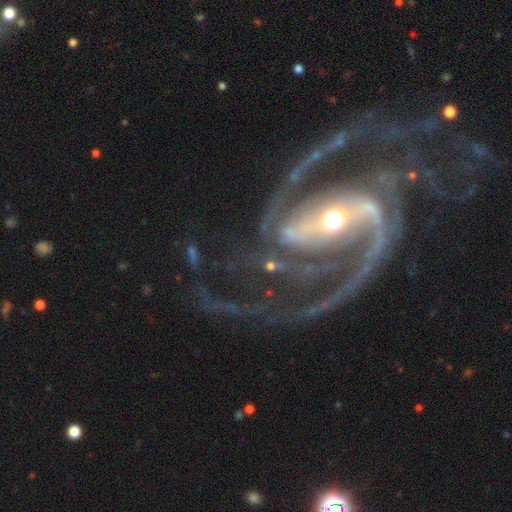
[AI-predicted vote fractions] Smooth or featured?
  - featured or disk: 94% *
  - star or artifact: 4%
  - smooth: 2%
Edge-on disk?
  - no: 98% *
  - yes: 2%
Bar?
  - strong: 64% *
  - weak: 24%
  - no: 11%
Spiral arms?
  - yes: 99% *
  - no: 1%
Spiral winding?
  - medium: 61% *
  - tight: 22%
  - loose: 16%
Spiral arm count?
  - 2: 79% *
  - 3: 8%
  - can't tell: 4%
  - 4: 3%
  - 1: 3%
  - more than 4: 3%
Bulge size?
  - moderate: 50% *
  - small: 43%
  - large: 5%
  - dominant: 1%
  - none: 1%
Merging?
  - none: 60% *
  - major disturbance: 20%
  - minor disturbance: 16%
  - merger: 4%